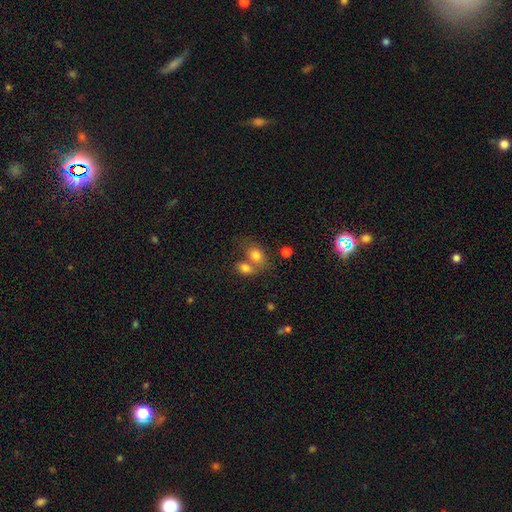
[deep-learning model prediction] smooth 78%, featured or disk 12%, star or artifact 10%. Down the decision tree: how rounded — in between (62%); merging — merger (50%).